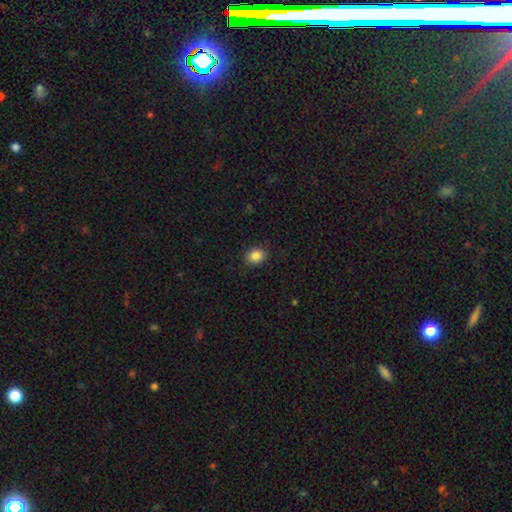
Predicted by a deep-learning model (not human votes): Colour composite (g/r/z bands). It shows a smooth galaxy with no disk features (86%) that is round (59%). Merging: none (88%).